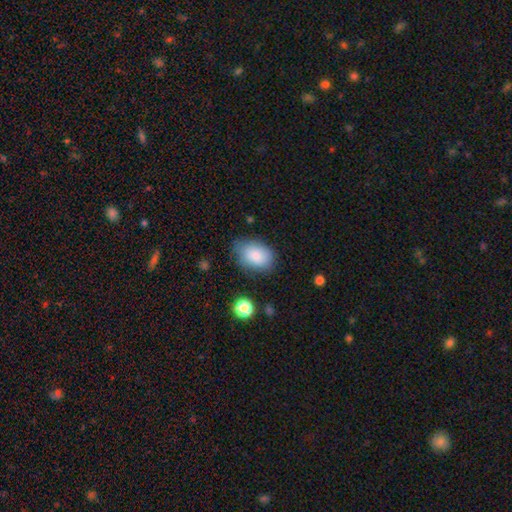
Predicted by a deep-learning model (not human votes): Morphology: type=smooth (85%); roundness=in between (83%); merging=none (69%).